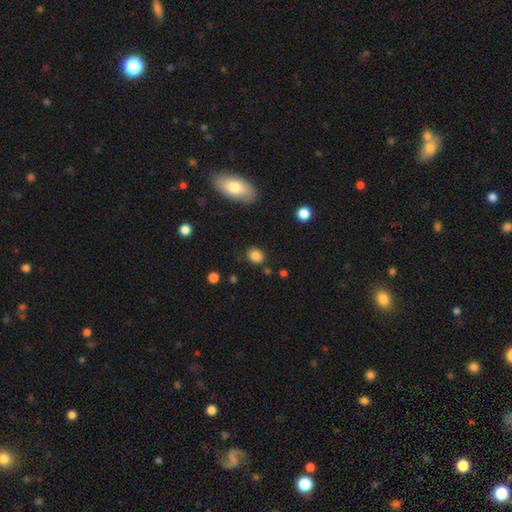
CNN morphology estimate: A smooth galaxy with no disk features (85%) that is round (61%). Merging: none (83%).